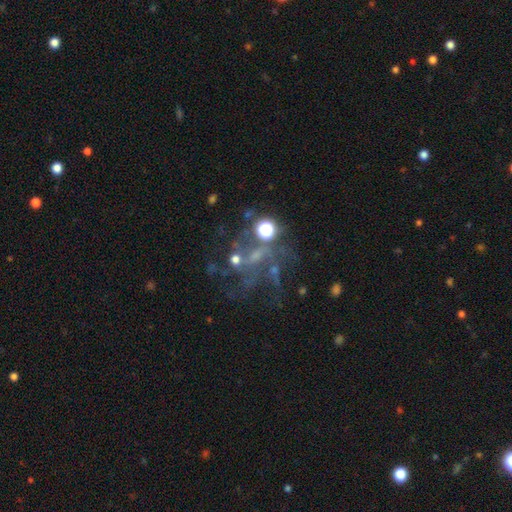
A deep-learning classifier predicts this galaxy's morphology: A featured or disk galaxy (52%) with no bar (62%), spiral arms (59%) and a small central bulge (40%).

Vote fractions:
- Smooth or featured? featured or disk: 52% / star or artifact: 30% / smooth: 18%
- Edge-on disk? no: 96% / yes: 4%
- Bar? no: 62% / weak: 28% / strong: 9%
- Spiral arms? yes: 59% / no: 41%
- Bulge size? small: 40% / none: 27% / moderate: 27% / large: 4% / dominant: 2%
- Merging? none: 44% / major disturbance: 27% / minor disturbance: 15% / merger: 13%